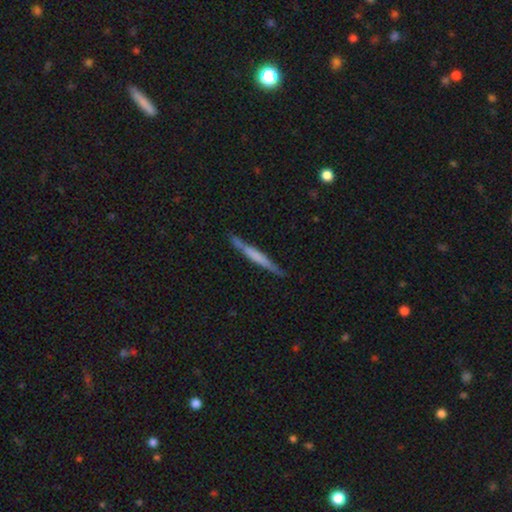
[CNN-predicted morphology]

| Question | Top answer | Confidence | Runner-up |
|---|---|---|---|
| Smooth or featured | featured or disk | 48% | smooth (46%) |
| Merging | none | 82% | minor disturbance (13%) |